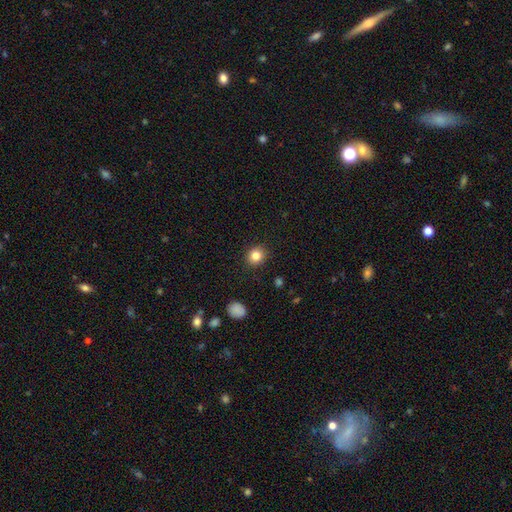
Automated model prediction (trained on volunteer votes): Morphology: type=smooth (83%); roundness=round (80%); merging=none (90%).